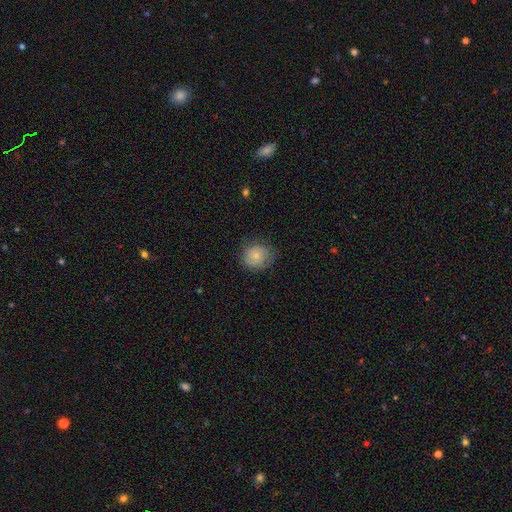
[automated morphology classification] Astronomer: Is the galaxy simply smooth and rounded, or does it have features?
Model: smooth — 75%.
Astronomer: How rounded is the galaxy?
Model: round — 81%.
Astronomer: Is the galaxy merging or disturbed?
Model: none — 69%.